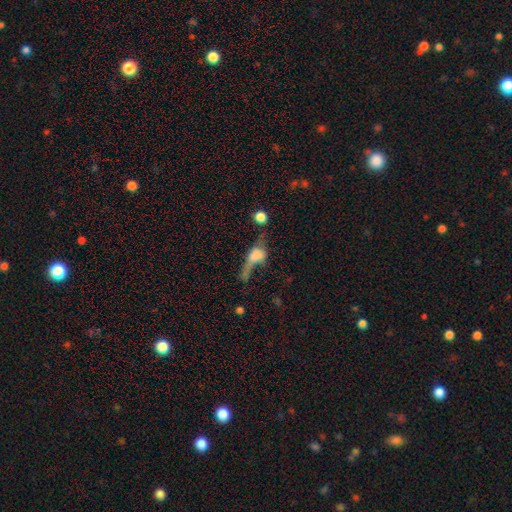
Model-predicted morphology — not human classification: A smooth galaxy with no disk features (52%) that is in between round and cigar-shaped (59%).

Vote fractions:
- Smooth or featured? smooth: 52% / featured or disk: 35% / star or artifact: 13%
- How rounded? in between: 59% / round: 25% / cigar-shaped: 16%
- Merging? major disturbance: 41% / merger: 22% / none: 21% / minor disturbance: 16%